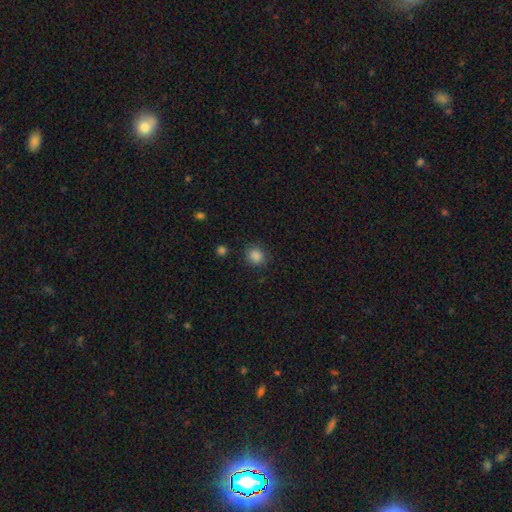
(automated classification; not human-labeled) Overall: smooth (86%). How rounded: round (80%). Merging: none (85%).